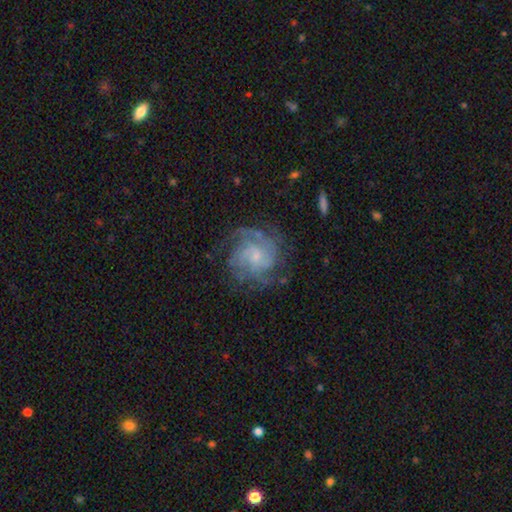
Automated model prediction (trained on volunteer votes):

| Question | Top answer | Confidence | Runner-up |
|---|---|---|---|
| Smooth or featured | featured or disk | 82% | smooth (12%) |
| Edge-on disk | no | 98% | yes (2%) |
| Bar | no | 62% | weak (33%) |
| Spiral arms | yes | 94% | no (6%) |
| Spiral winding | tight | 54% | medium (36%) |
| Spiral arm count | can't tell | 32% | 3 (23%) |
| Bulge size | small | 64% | moderate (23%) |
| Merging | none | 70% | minor disturbance (18%) |